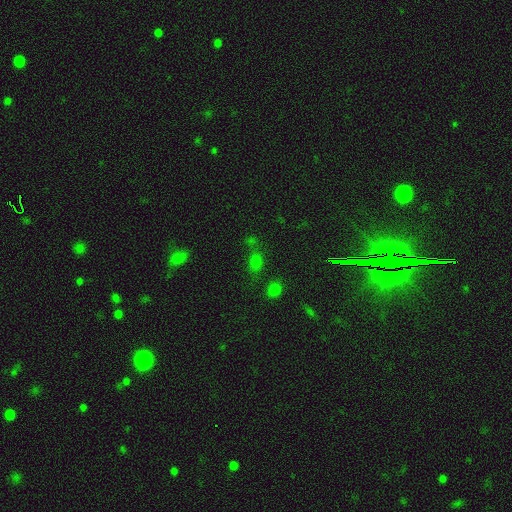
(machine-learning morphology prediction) Smooth or featured?
  - star or artifact: 66% *
  - smooth: 20%
  - featured or disk: 14%